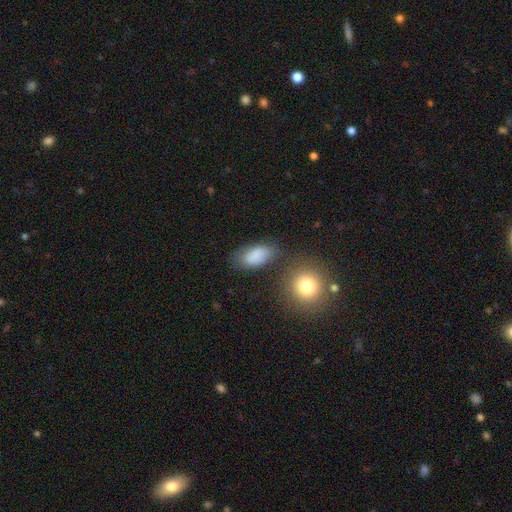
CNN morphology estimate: smooth_or_featured: smooth (p=0.82) [alt: star or artifact p=0.09]
how_rounded: in between (p=0.90) [alt: round p=0.06]
merging: none (p=0.61) [alt: minor disturbance p=0.22]